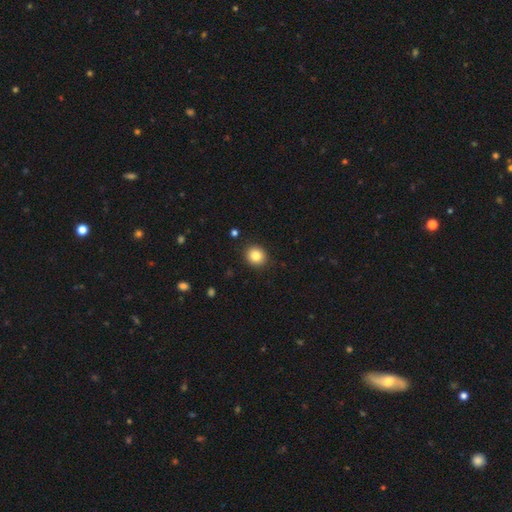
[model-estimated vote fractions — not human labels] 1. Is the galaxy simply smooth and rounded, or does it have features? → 84% smooth, 10% star or artifact, 6% featured or disk.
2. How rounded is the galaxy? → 82% round, 17% in between, 1% cigar-shaped.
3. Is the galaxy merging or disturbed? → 91% none, 6% minor disturbance, 2% major disturbance, 1% merger.